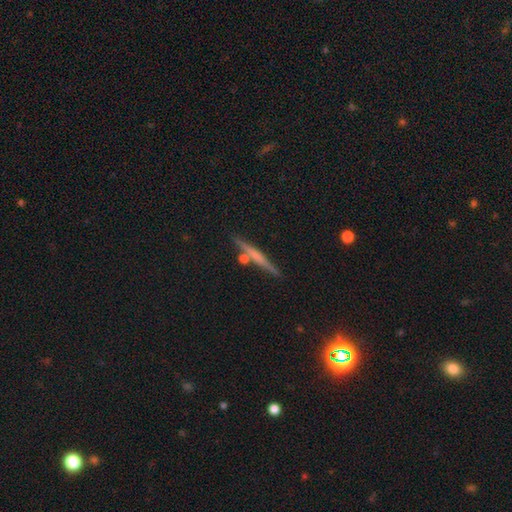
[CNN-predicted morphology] featured or disk 55%, smooth 38%, star or artifact 7%. Down the decision tree: edge-on disk — yes (97%); edge-on bulge — none (59%); merging — none (83%).